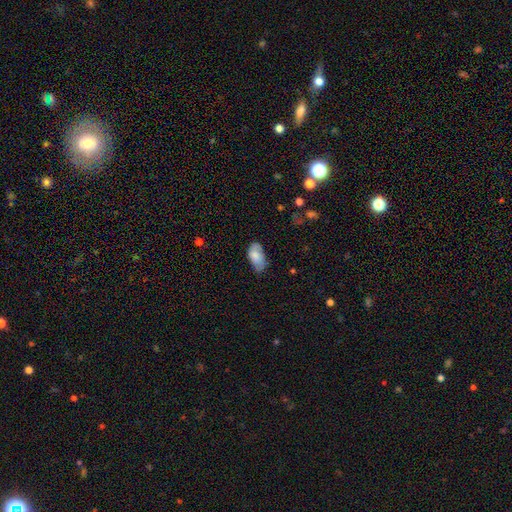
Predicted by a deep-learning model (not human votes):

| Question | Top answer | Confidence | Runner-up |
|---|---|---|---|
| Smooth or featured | smooth | 72% | featured or disk (21%) |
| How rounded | in between | 94% | round (3%) |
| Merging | none | 62% | minor disturbance (29%) |